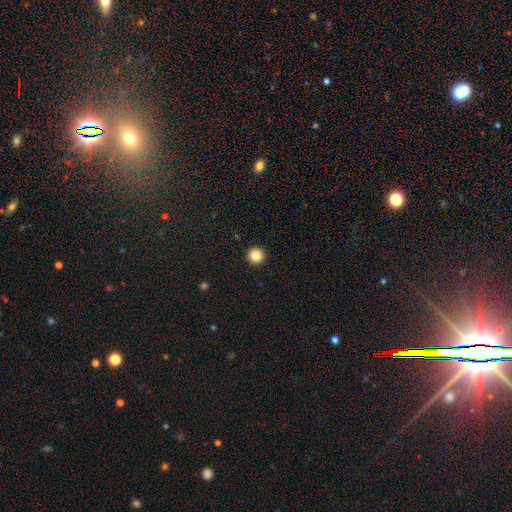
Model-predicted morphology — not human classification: Smooth or featured: smooth — 85% (star or artifact — 11%)
How rounded: round — 97% (in between — 2%)
Merging: none — 94% (minor disturbance — 4%)